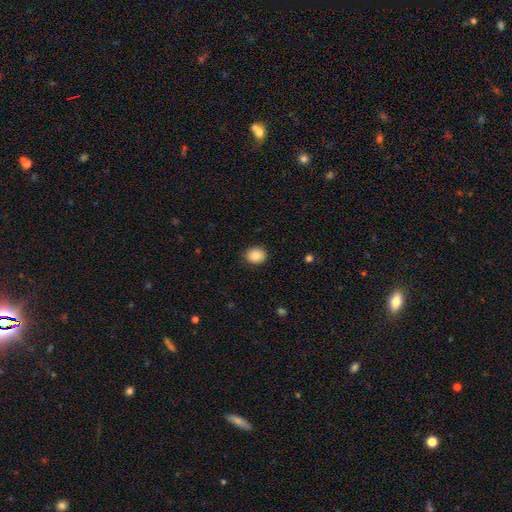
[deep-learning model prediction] Smooth or featured: smooth — 86% (star or artifact — 8%)
How rounded: round — 65% (in between — 34%)
Merging: none — 89% (minor disturbance — 8%)